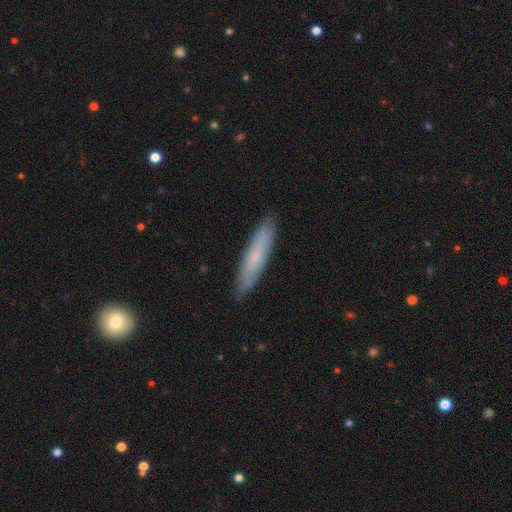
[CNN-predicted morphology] A smooth galaxy with no disk features (61%) that is cigar-shaped (87%). Merging: none (87%).